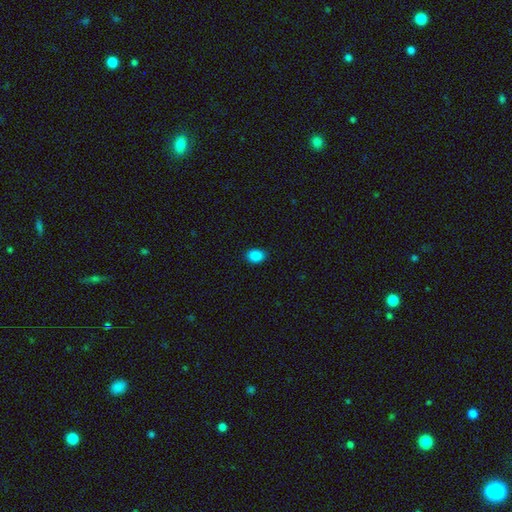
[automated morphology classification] This is clearly a smooth galaxy (87%). How rounded: likely in between (70%). Merging: clearly none (88%).